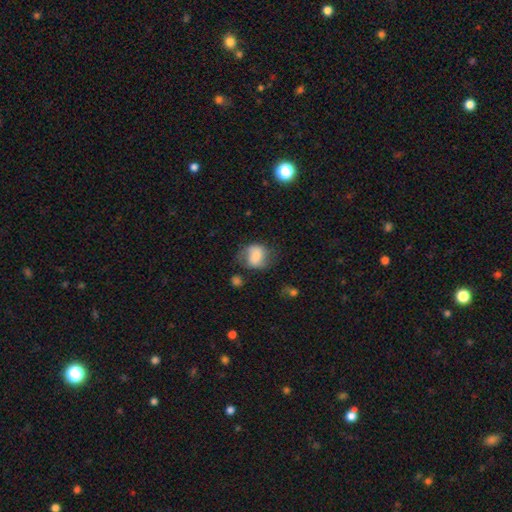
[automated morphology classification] Smooth or featured? smooth (55%)
How rounded? round (58%)
Merging? none (57%)